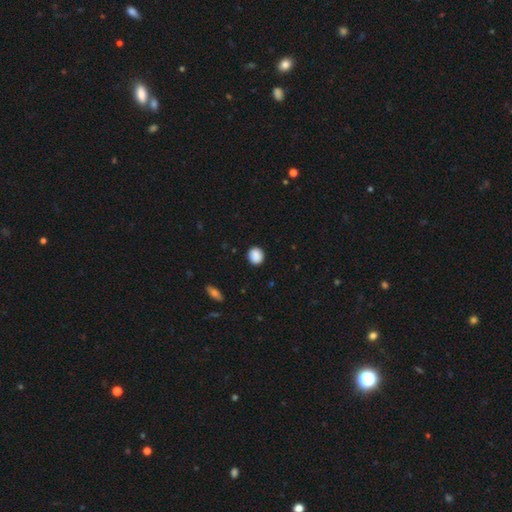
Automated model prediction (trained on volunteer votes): The model was most divided on "how rounded": round: 82%, in between: 17%, cigar-shaped: 1%. More confident: merging — none (89%); smooth or featured — smooth (89%).